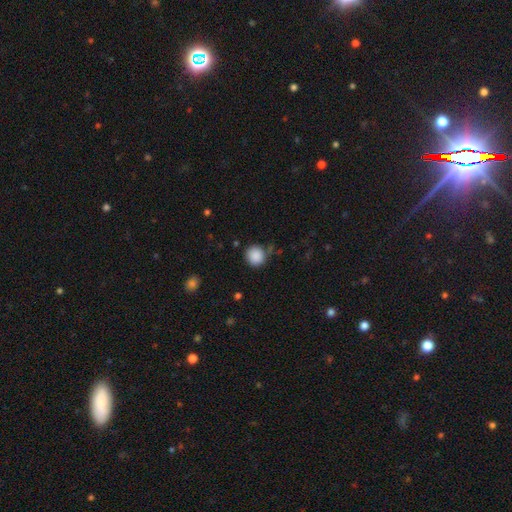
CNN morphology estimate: This is clearly a smooth galaxy (88%). How rounded: clearly round (92%). Merging: clearly none (82%).